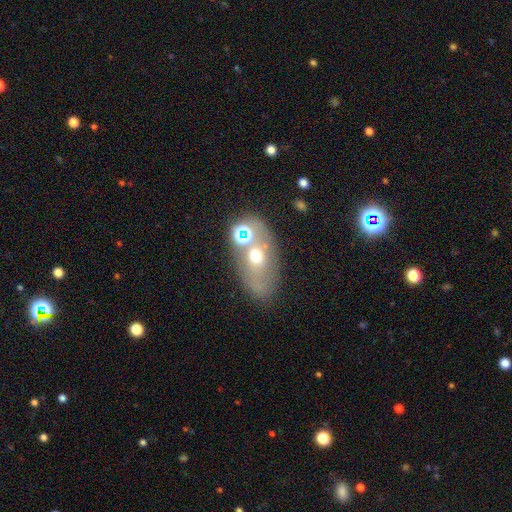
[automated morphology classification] This appears to be a smooth galaxy with no disk features (50%). Merging: none (56%).